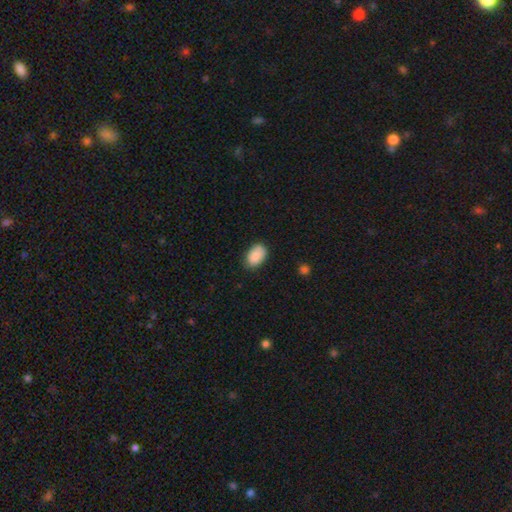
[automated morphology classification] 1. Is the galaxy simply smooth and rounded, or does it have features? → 90% smooth, 7% star or artifact, 4% featured or disk.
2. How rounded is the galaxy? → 91% in between, 8% round, 1% cigar-shaped.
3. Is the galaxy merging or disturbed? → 82% none, 14% minor disturbance, 3% major disturbance, 1% merger.